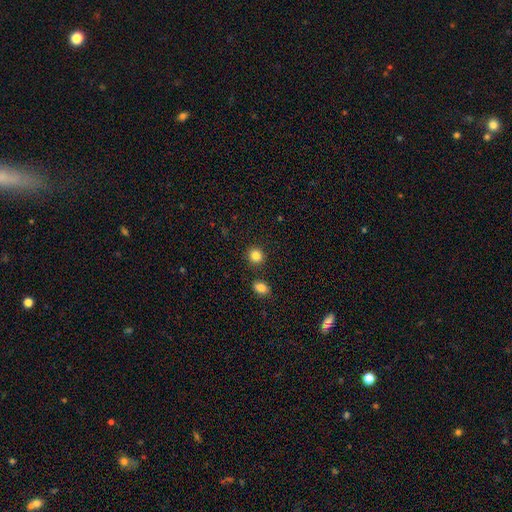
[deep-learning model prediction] Smooth or featured: smooth — 86% (star or artifact — 10%)
How rounded: round — 85% (in between — 14%)
Merging: none — 87% (minor disturbance — 6%)